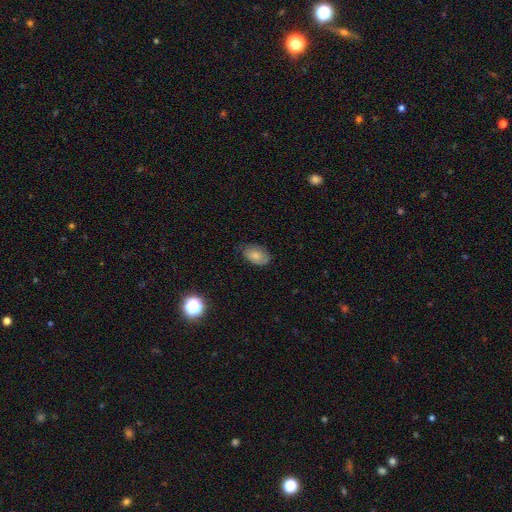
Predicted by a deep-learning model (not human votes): Overall: smooth (76%). How rounded: in between (91%). Merging: none (69%).